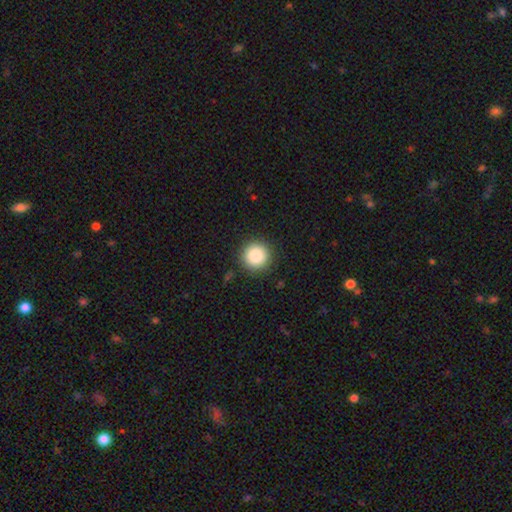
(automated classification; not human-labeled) Morphology: type=smooth (87%); roundness=round (95%); merging=none (91%).